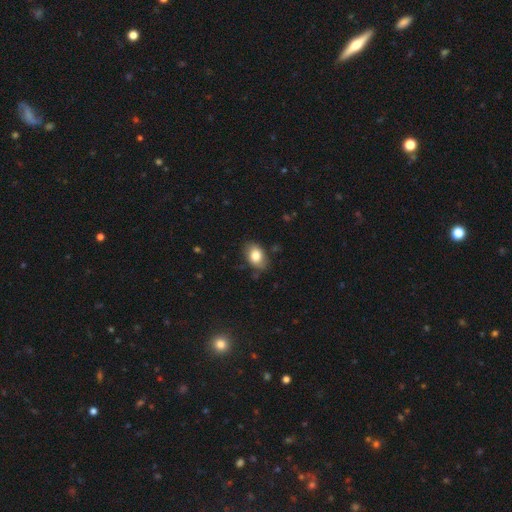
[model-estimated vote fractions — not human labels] Smooth or featured: smooth — 82% (featured or disk — 11%)
How rounded: in between — 83% (round — 16%)
Merging: none — 78% (minor disturbance — 17%)